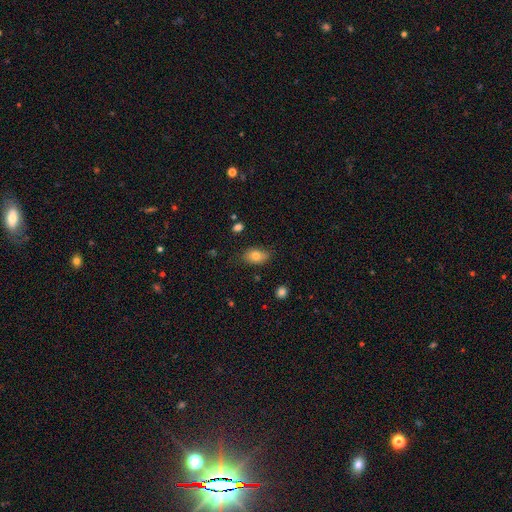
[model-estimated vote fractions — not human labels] Smooth or featured: smooth — 79% (featured or disk — 12%)
How rounded: in between — 85% (round — 14%)
Merging: none — 74% (minor disturbance — 20%)